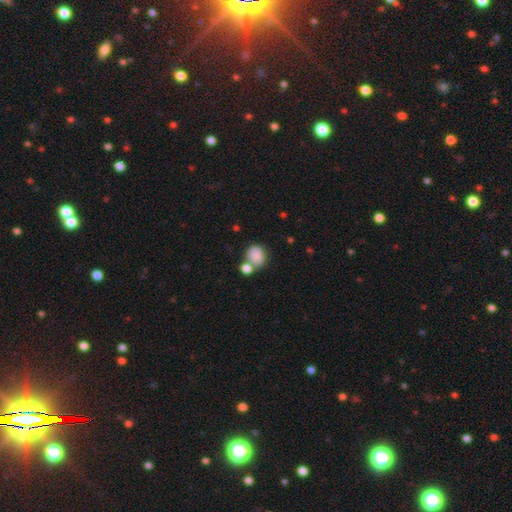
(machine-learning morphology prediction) A smooth galaxy with no disk features (84%) that is round (58%).

Vote fractions:
- Smooth or featured? smooth: 84% / star or artifact: 9% / featured or disk: 7%
- How rounded? round: 58% / in between: 41% / cigar-shaped: 1%
- Merging? none: 45% / merger: 37% / minor disturbance: 13% / major disturbance: 6%